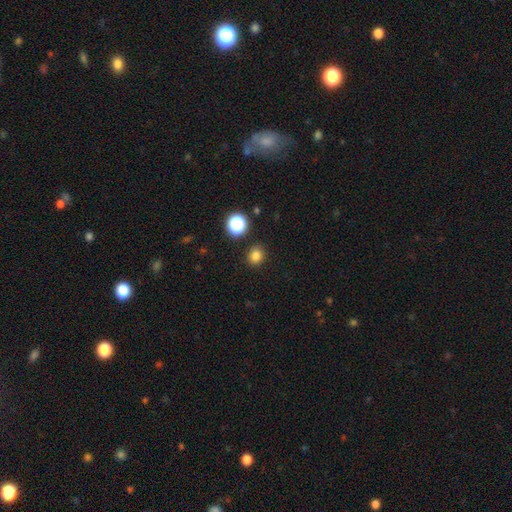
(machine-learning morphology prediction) smooth-or-featured: smooth: 81% | star or artifact: 15% | featured or disk: 5%
  how-rounded: round: 74% | in between: 25% | cigar-shaped: 1%
  merging: none: 88% | minor disturbance: 8% | major disturbance: 2% | merger: 2%